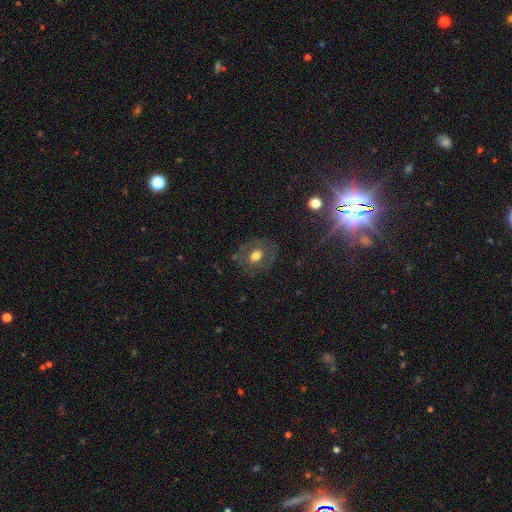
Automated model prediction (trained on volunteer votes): smooth-or-featured: smooth: 53% | featured or disk: 35% | star or artifact: 12%
  how-rounded: round: 52% | in between: 47% | cigar-shaped: 1%
  merging: none: 76% | minor disturbance: 15% | major disturbance: 8% | merger: 2%